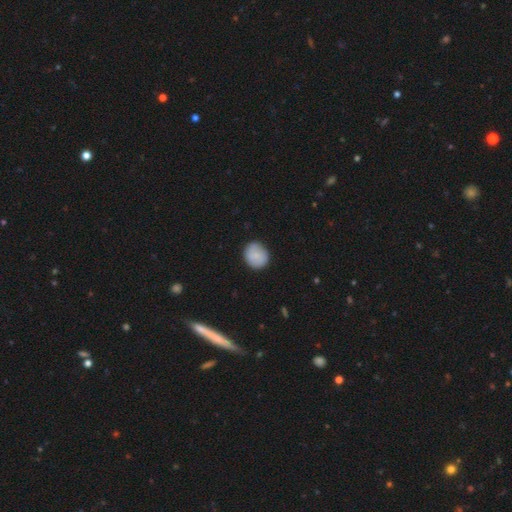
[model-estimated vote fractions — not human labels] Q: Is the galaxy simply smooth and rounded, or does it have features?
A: smooth — 80%.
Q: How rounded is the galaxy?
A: round — 79%.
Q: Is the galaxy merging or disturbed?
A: none — 83%.